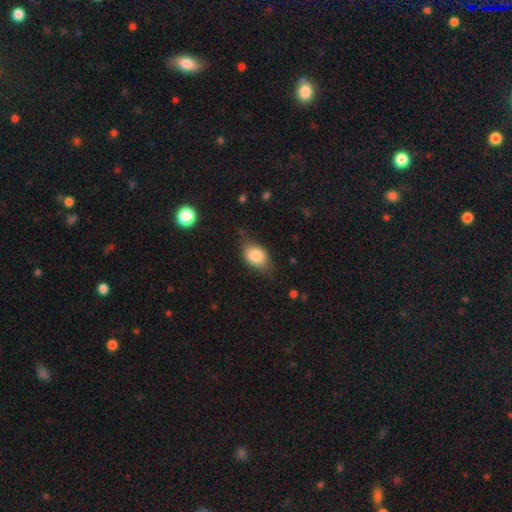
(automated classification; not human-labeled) Smooth or featured?
  - smooth: 82% *
  - featured or disk: 11%
  - star or artifact: 7%
How rounded?
  - in between: 84% *
  - round: 14%
  - cigar-shaped: 1%
Merging?
  - none: 71% *
  - minor disturbance: 23%
  - major disturbance: 5%
  - merger: 2%